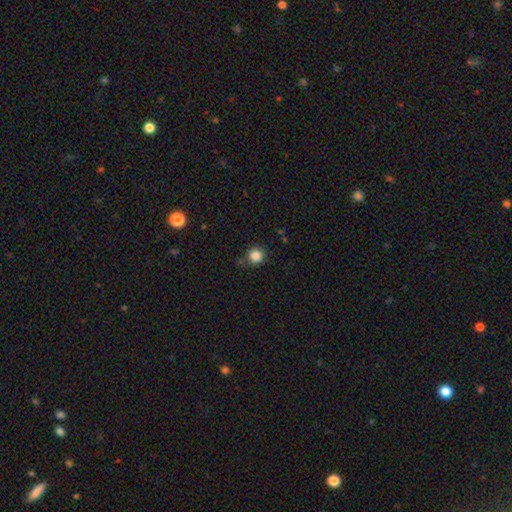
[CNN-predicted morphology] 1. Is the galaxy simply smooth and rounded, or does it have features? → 84% smooth, 11% star or artifact, 4% featured or disk.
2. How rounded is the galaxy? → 90% round, 9% in between, 1% cigar-shaped.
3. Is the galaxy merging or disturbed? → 75% none, 18% minor disturbance, 4% major disturbance, 3% merger.